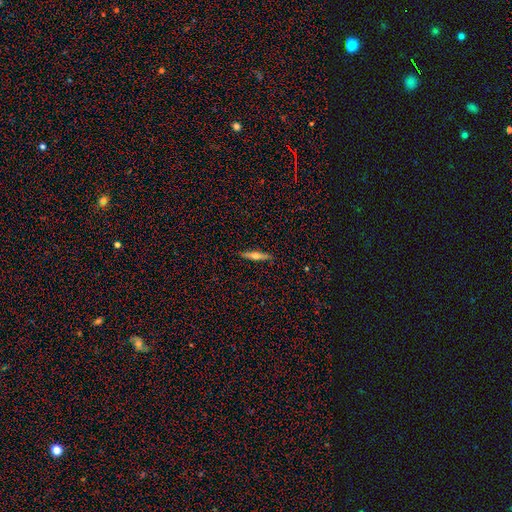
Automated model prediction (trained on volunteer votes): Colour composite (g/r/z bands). It shows a featured or disk galaxy (55%) viewed edge-on (95%) with a rounded central bulge (91%). Merging: none (90%).